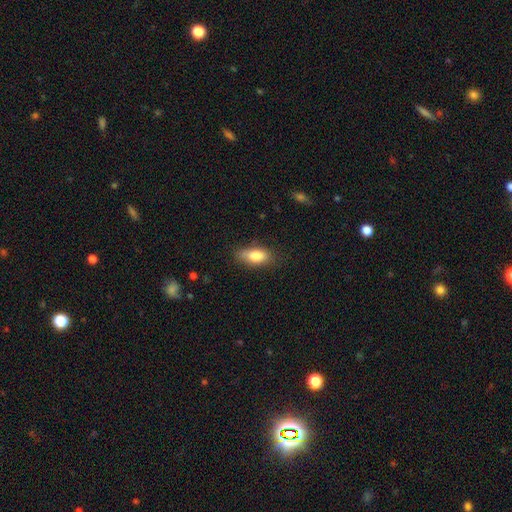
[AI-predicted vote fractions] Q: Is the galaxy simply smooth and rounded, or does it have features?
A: smooth — 82%.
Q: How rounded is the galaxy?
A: in between — 84%.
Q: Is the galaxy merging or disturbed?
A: none — 71%.